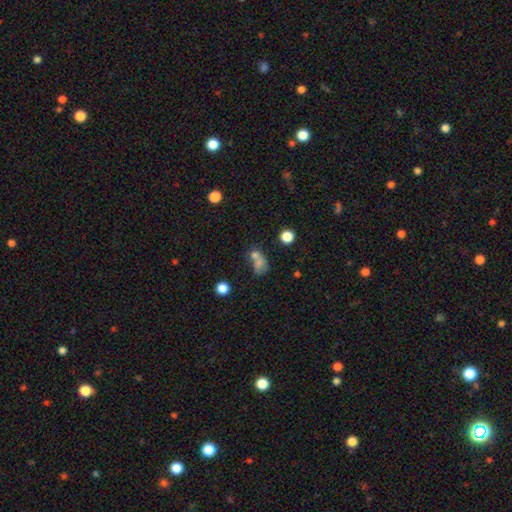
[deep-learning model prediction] smooth-or-featured: smooth: 69% | featured or disk: 16% | star or artifact: 15%
  how-rounded: in between: 57% | round: 41% | cigar-shaped: 2%
  merging: merger: 56% | none: 25% | minor disturbance: 10% | major disturbance: 9%